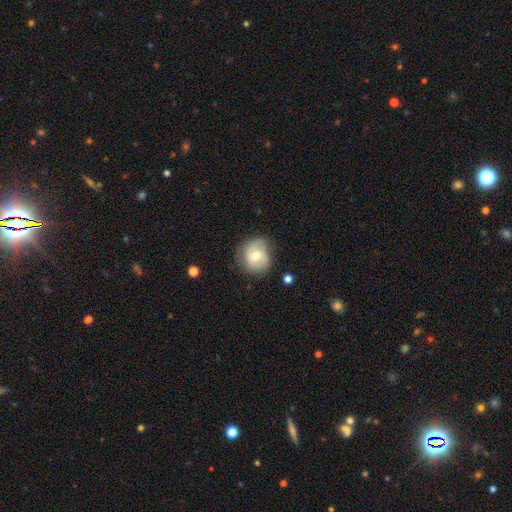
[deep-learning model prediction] This is possibly a smooth galaxy (47%). Merging: likely none (66%).